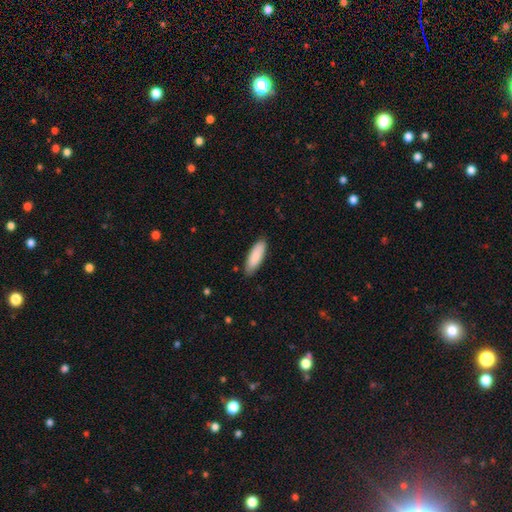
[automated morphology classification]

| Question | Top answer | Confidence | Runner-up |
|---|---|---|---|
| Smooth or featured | smooth | 88% | featured or disk (6%) |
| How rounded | in between | 56% | cigar-shaped (42%) |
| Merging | none | 86% | minor disturbance (11%) |